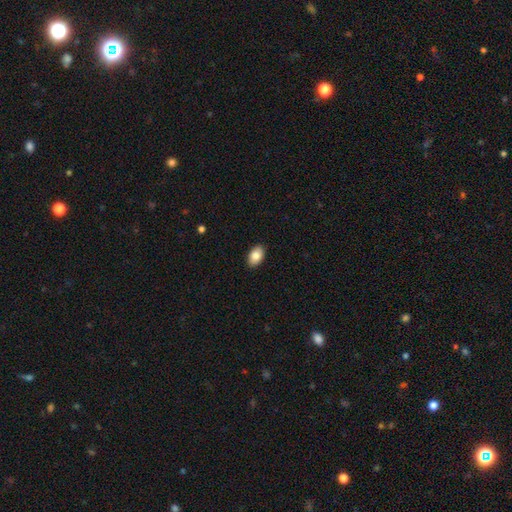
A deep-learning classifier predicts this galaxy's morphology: Smooth or featured?
  - smooth: 85% *
  - featured or disk: 8%
  - star or artifact: 7%
How rounded?
  - in between: 92% *
  - round: 7%
  - cigar-shaped: 1%
Merging?
  - none: 90% *
  - minor disturbance: 7%
  - major disturbance: 2%
  - merger: 1%